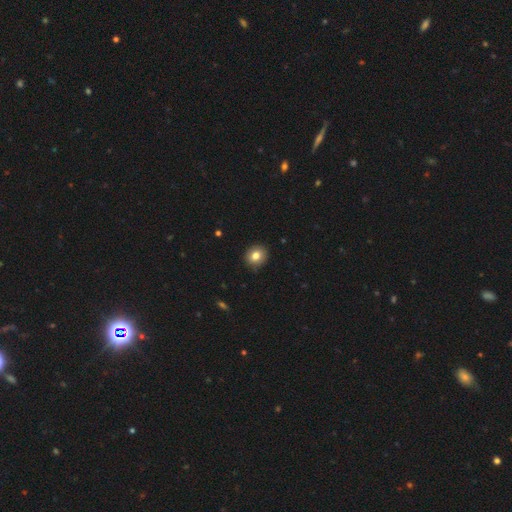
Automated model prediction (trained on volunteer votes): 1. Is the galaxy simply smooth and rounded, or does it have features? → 81% smooth, 10% star or artifact, 9% featured or disk.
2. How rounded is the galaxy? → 80% round, 19% in between, 1% cigar-shaped.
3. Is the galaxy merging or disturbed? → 89% none, 8% minor disturbance, 2% major disturbance, 1% merger.